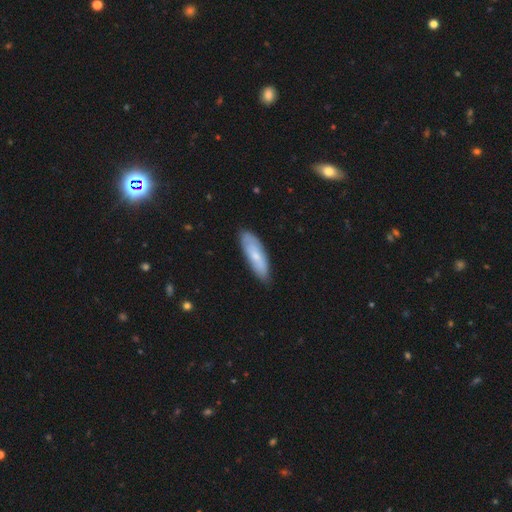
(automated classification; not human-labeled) A smooth galaxy with no disk features (66%) that is cigar-shaped (49%, tied with in between). Merging: none (81%).